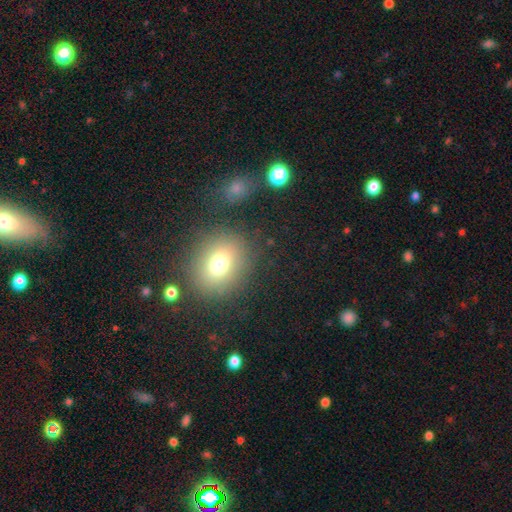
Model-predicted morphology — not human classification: smooth 66%, star or artifact 21%, featured or disk 12%. Down the decision tree: how rounded — round (63%); merging — none (85%).